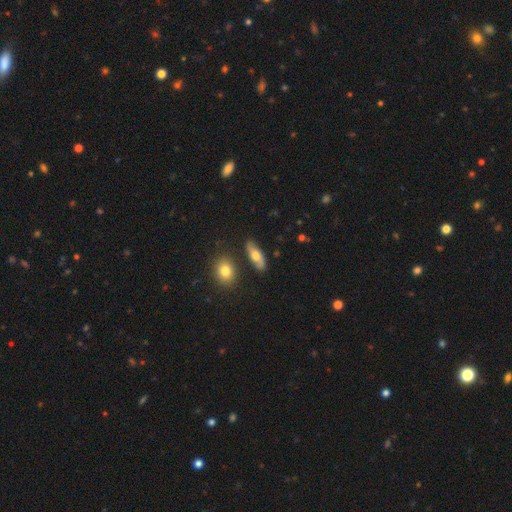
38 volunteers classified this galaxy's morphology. Smooth or featured: smooth — 61% (featured or disk — 32%)
How rounded: in between — 65% (cigar-shaped — 35%)
Merging: none — 86% (minor disturbance — 11%)